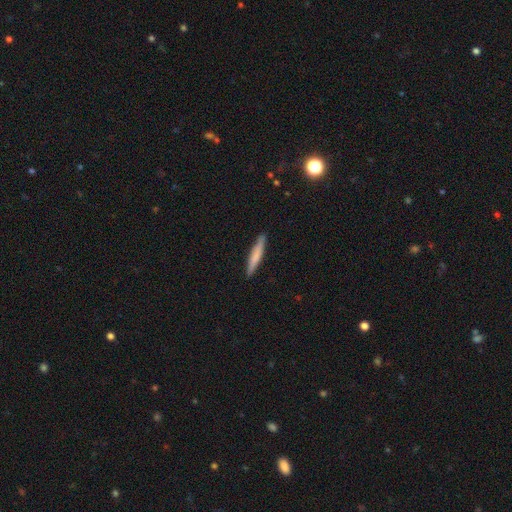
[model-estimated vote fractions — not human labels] Smooth or featured?
  - smooth: 69% *
  - featured or disk: 26%
  - star or artifact: 5%
How rounded?
  - cigar-shaped: 94% *
  - in between: 5%
  - round: 1%
Merging?
  - none: 91% *
  - minor disturbance: 7%
  - major disturbance: 1%
  - merger: 1%